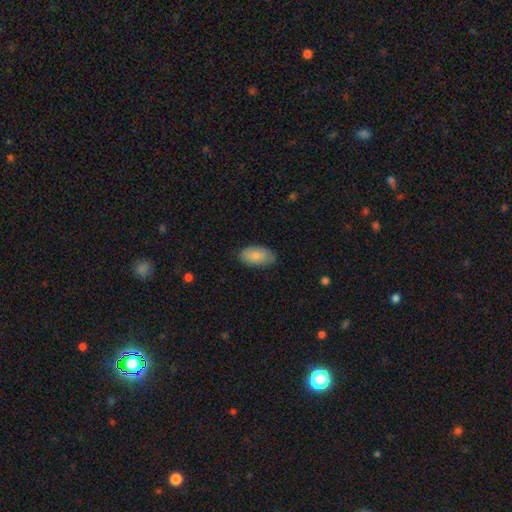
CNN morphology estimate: A smooth galaxy with no disk features (85%) that is in between round and cigar-shaped (95%).

Vote fractions:
- Smooth or featured? smooth: 85% / featured or disk: 9% / star or artifact: 6%
- How rounded? in between: 95% / round: 3% / cigar-shaped: 2%
- Merging? none: 82% / minor disturbance: 15% / major disturbance: 3% / merger: 1%